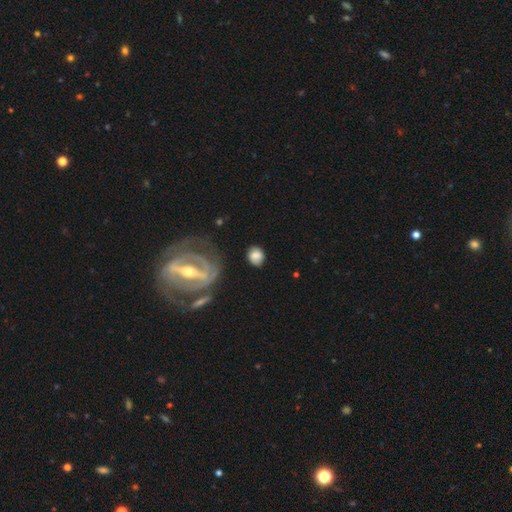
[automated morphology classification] A smooth galaxy with no disk features (67%) that is round (57%).

Vote fractions:
- Smooth or featured? smooth: 67% / featured or disk: 24% / star or artifact: 9%
- How rounded? round: 57% / in between: 42% / cigar-shaped: 2%
- Merging? none: 70% / minor disturbance: 18% / major disturbance: 8% / merger: 4%